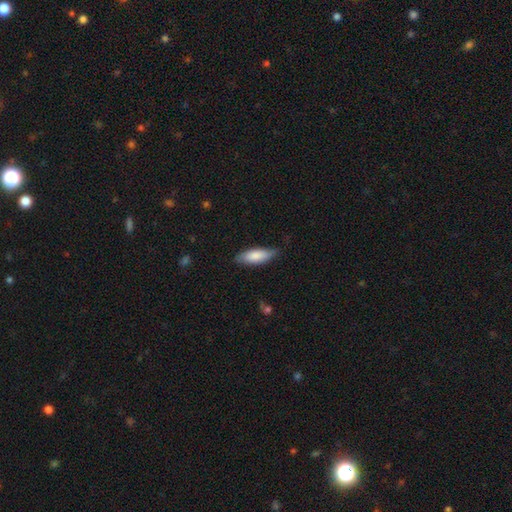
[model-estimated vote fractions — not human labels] Morphology: type=smooth (82%); roundness=in between (63%); merging=none (76%).